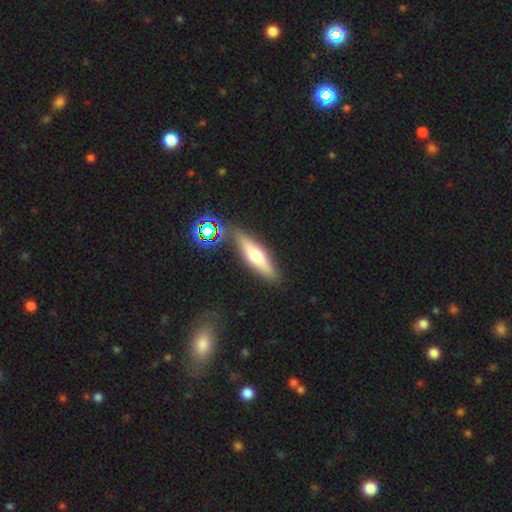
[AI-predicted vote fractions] Q: Smooth or featured?
A: smooth (47%); runner-up: featured or disk (43%)
Q: Merging?
A: none (77%); runner-up: minor disturbance (11%)